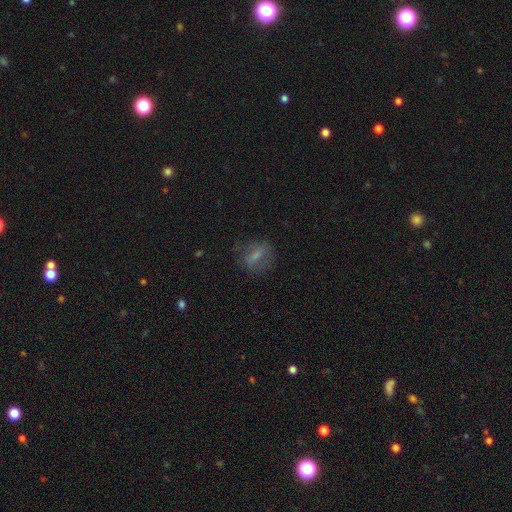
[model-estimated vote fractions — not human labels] Morphology: type=smooth (56%); roundness=in between (50%); merging=none (70%).